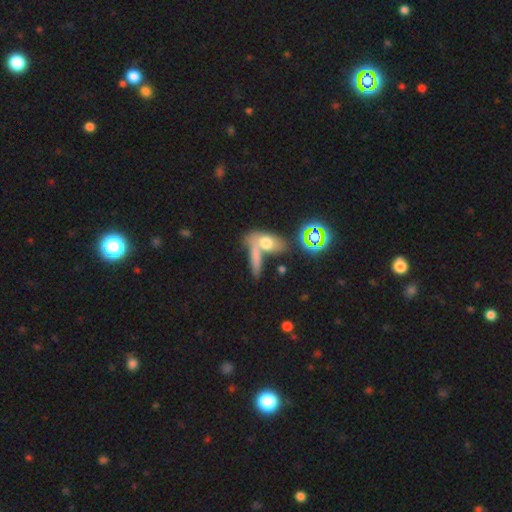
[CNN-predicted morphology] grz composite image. It shows a smooth galaxy with no disk features (63%) that is in between round and cigar-shaped (50%). Merging: merger (41%, tied with none).